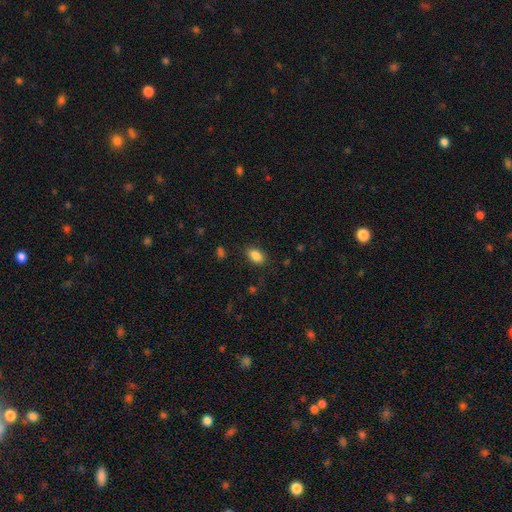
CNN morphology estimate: type=smooth (87%); roundness=in between (88%); merging=none (85%).